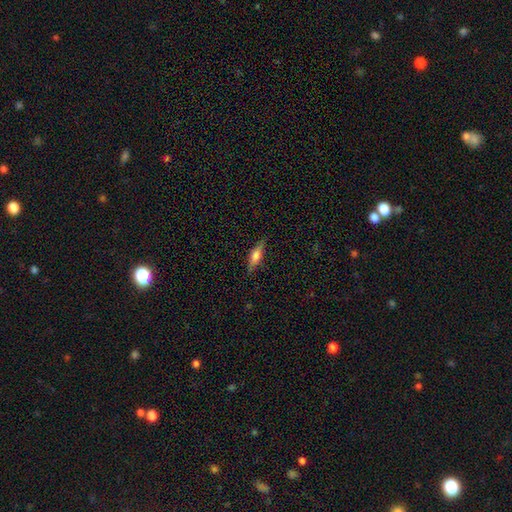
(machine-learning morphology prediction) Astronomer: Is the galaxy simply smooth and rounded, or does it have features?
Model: smooth — 56% (runner-up: featured or disk, 37%).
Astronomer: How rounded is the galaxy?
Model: cigar-shaped — 53% (runner-up: in between, 45%).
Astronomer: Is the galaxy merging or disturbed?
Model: none — 84%.